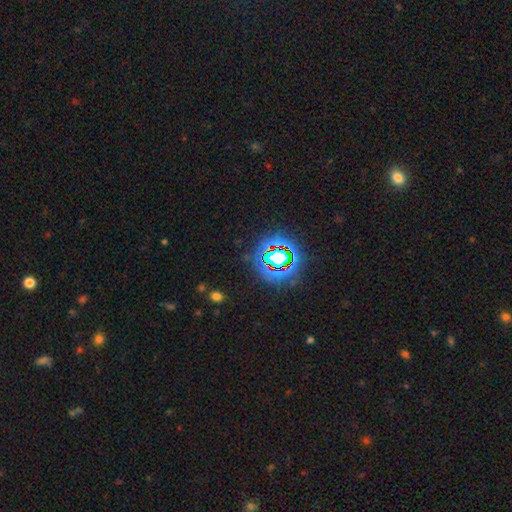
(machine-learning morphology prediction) Smooth or featured? star or artifact (77%)